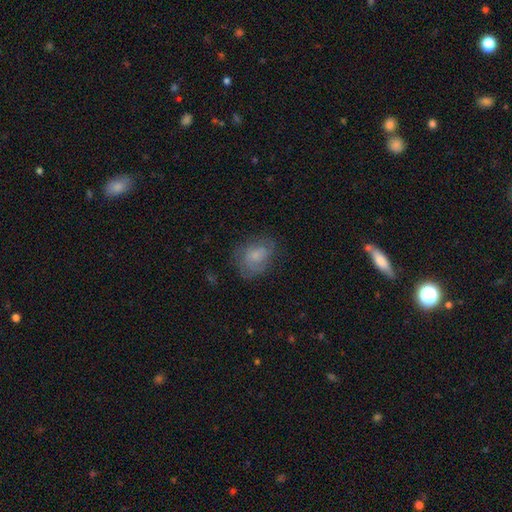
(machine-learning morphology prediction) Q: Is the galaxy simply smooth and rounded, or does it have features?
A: smooth — 55%.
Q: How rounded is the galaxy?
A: in between — 61%.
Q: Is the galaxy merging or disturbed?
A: none — 61%.